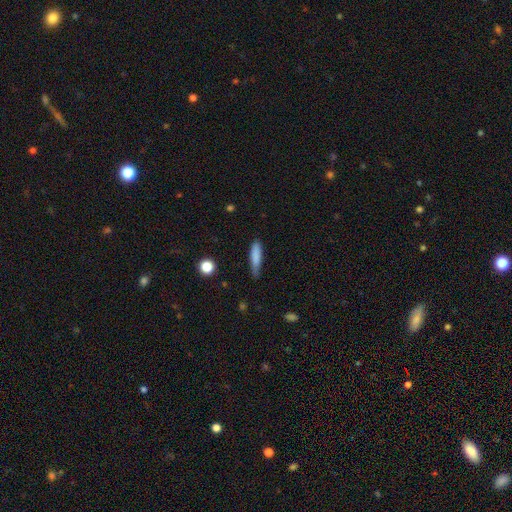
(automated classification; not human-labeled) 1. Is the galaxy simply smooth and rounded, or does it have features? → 81% smooth, 12% featured or disk, 7% star or artifact.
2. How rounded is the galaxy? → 81% cigar-shaped, 17% in between, 2% round.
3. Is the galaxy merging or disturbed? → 67% none, 27% minor disturbance, 5% major disturbance, 2% merger.